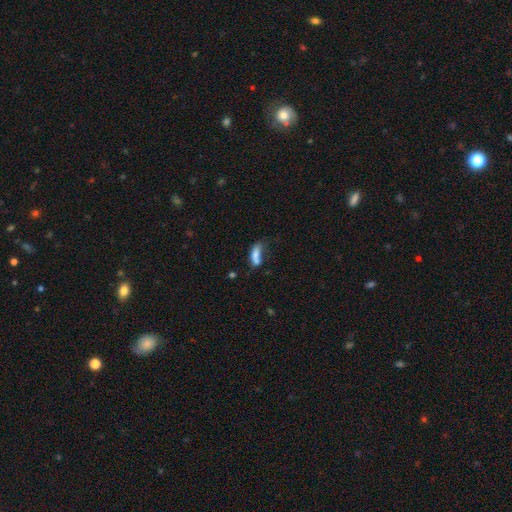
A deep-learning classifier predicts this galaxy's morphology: Smooth or featured? Predicted: smooth (p=0.72). How rounded? Predicted: in between (p=0.63). Merging? Predicted: none (p=0.29).